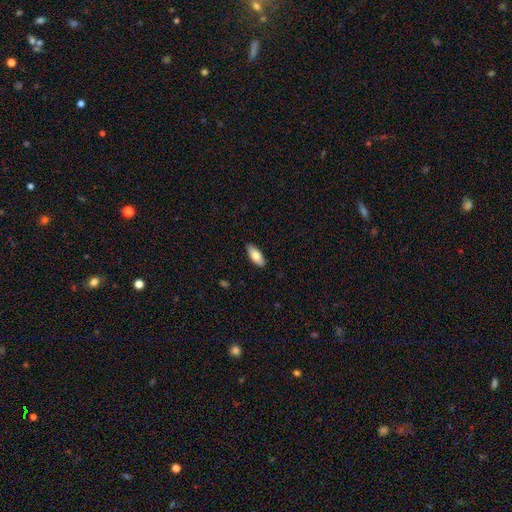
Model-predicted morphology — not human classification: A smooth galaxy with no disk features (78%) that is in between round and cigar-shaped (85%). Merging: none (89%).